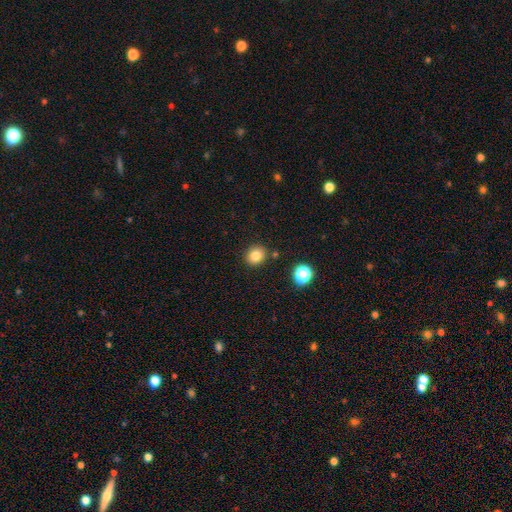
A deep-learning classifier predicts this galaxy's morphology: This appears to be a smooth galaxy with no disk features (81%) that is round (76%). Merging: none (85%).